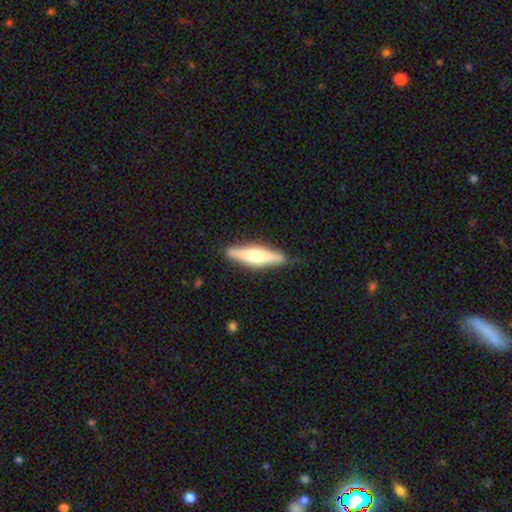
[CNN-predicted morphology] Q: Smooth or featured?
A: featured or disk (56%); runner-up: smooth (39%)
Q: Edge-on disk?
A: yes (94%); runner-up: no (6%)
Q: Edge-on bulge?
A: rounded (71%); runner-up: boxy (20%)
Q: Merging?
A: none (82%); runner-up: minor disturbance (14%)